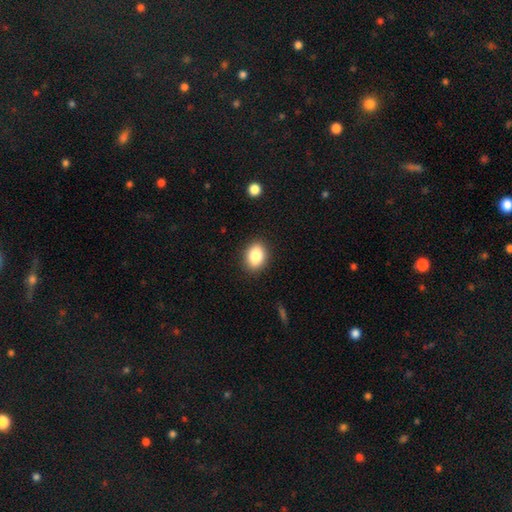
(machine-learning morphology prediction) Smooth or featured? Predicted: smooth (p=0.85). How rounded? Predicted: in between (p=0.65). Merging? Predicted: none (p=0.89).